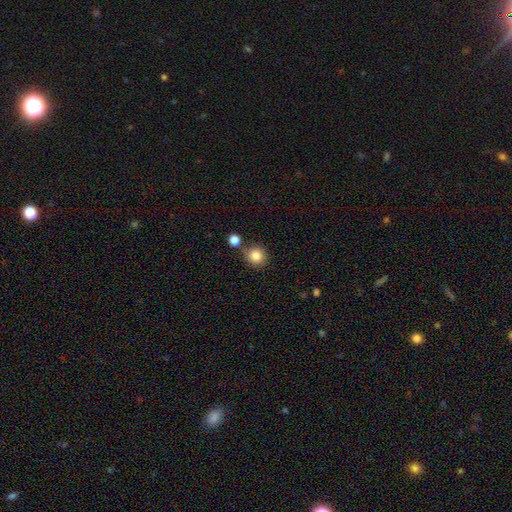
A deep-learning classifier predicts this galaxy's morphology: Smooth or featured? smooth (84%)
How rounded? round (91%)
Merging? none (75%)